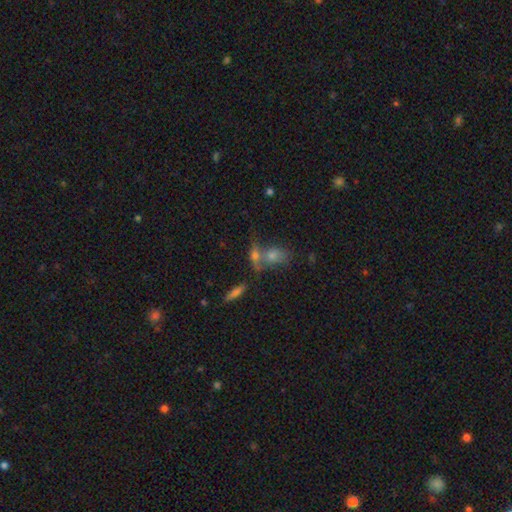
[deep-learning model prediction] Smooth or featured? Predicted: smooth (p=0.61). How rounded? Predicted: in between (p=0.64). Merging? Predicted: merger (p=0.47).